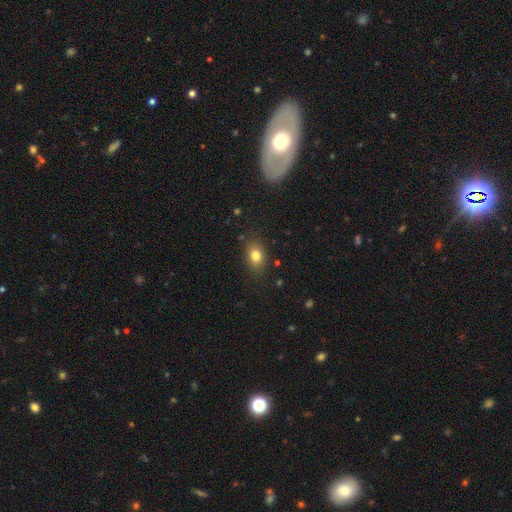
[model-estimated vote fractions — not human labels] smooth 80%, star or artifact 11%, featured or disk 9%. Down the decision tree: how rounded — in between (70%); merging — none (83%).